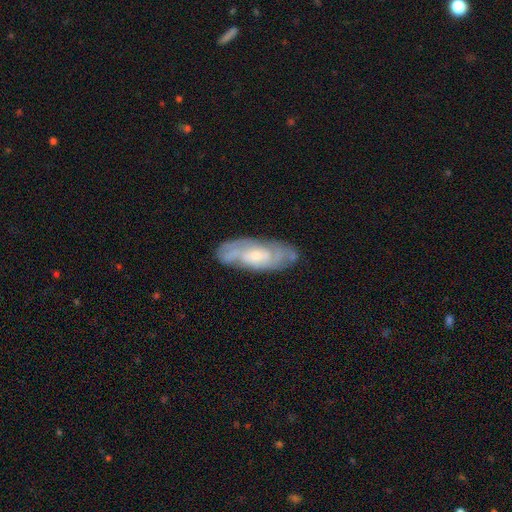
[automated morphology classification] Smooth or featured? featured or disk (74%)
Edge-on disk? no (88%)
Bar? no (66%)
Spiral arms? yes (89%)
Spiral winding? tight (57%)
Spiral arm count? can't tell (43%)
Bulge size? small (56%)
Merging? none (75%)